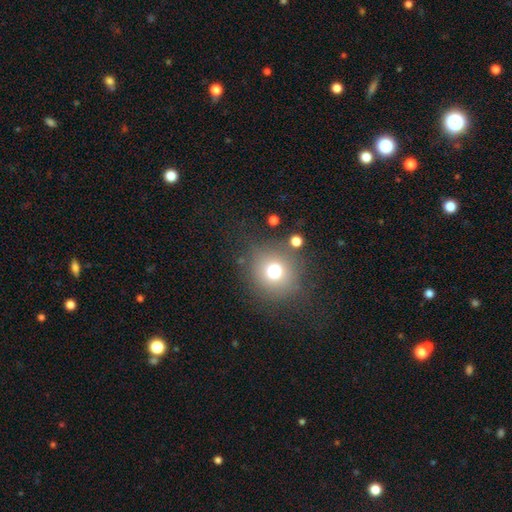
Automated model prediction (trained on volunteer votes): Overall: smooth (66%). How rounded: round (86%). Merging: none (81%).